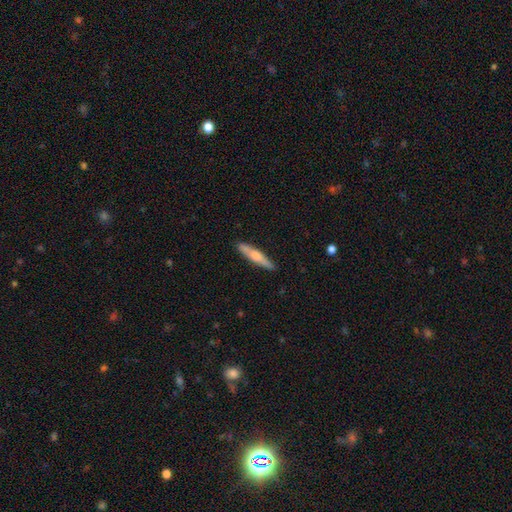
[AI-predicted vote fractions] Smooth or featured: smooth — 59% (featured or disk — 36%)
How rounded: cigar-shaped — 87% (in between — 11%)
Merging: none — 87% (minor disturbance — 10%)